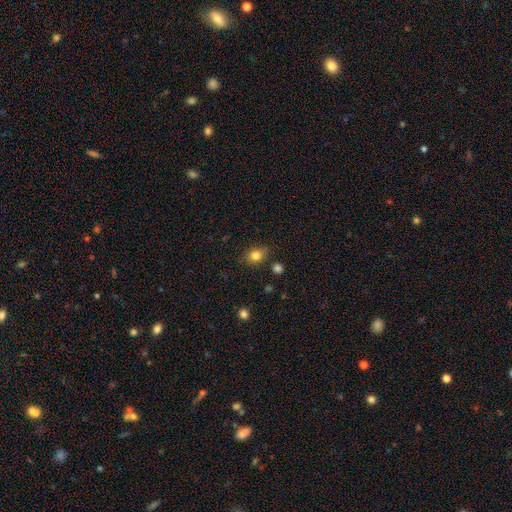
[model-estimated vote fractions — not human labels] Smooth or featured: smooth — 82% (star or artifact — 12%)
How rounded: round — 66% (in between — 33%)
Merging: none — 78% (minor disturbance — 15%)